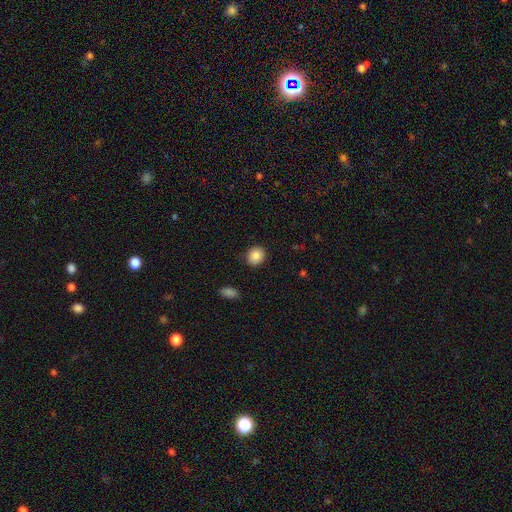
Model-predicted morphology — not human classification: Smooth or featured?
  - smooth: 87% *
  - star or artifact: 8%
  - featured or disk: 5%
How rounded?
  - round: 76% *
  - in between: 23%
  - cigar-shaped: 1%
Merging?
  - none: 88% *
  - minor disturbance: 8%
  - major disturbance: 2%
  - merger: 1%